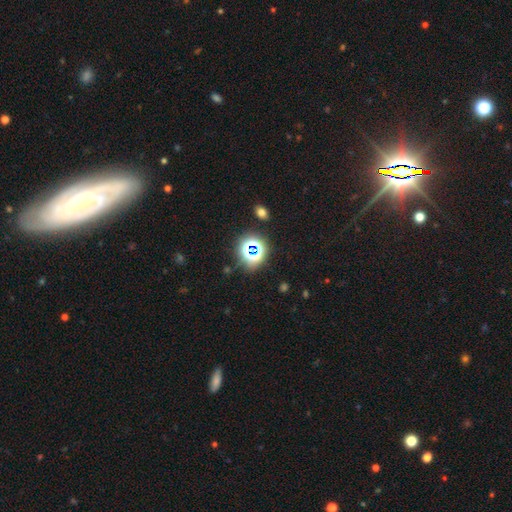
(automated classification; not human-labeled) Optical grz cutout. It shows a star or artifact, not a galaxy (64%).